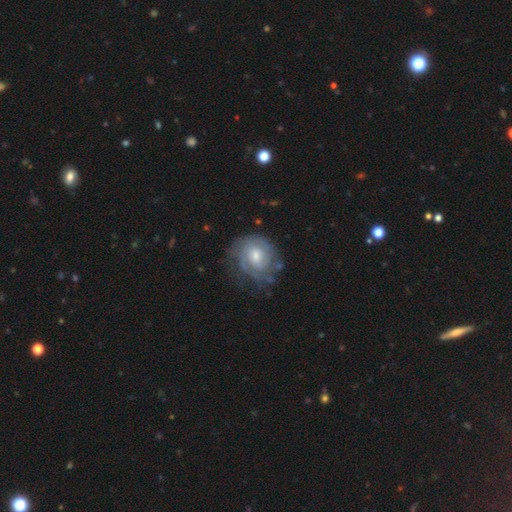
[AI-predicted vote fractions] Q: Smooth or featured?
A: featured or disk (76%); runner-up: smooth (17%)
Q: Edge-on disk?
A: no (97%); runner-up: yes (3%)
Q: Bar?
A: no (67%); runner-up: weak (29%)
Q: Spiral arms?
A: yes (90%); runner-up: no (10%)
Q: Spiral winding?
A: tight (71%); runner-up: medium (23%)
Q: Spiral arm count?
A: can't tell (41%); runner-up: 2 (31%)
Q: Bulge size?
A: moderate (55%); runner-up: small (36%)
Q: Merging?
A: none (68%); runner-up: minor disturbance (20%)